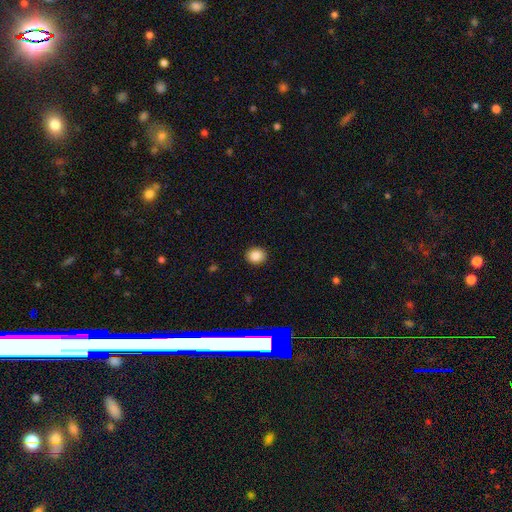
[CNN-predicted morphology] Smooth or featured?
  - smooth: 86% *
  - star or artifact: 10%
  - featured or disk: 4%
How rounded?
  - round: 74% *
  - in between: 25%
  - cigar-shaped: 1%
Merging?
  - none: 91% *
  - minor disturbance: 7%
  - major disturbance: 2%
  - merger: 1%